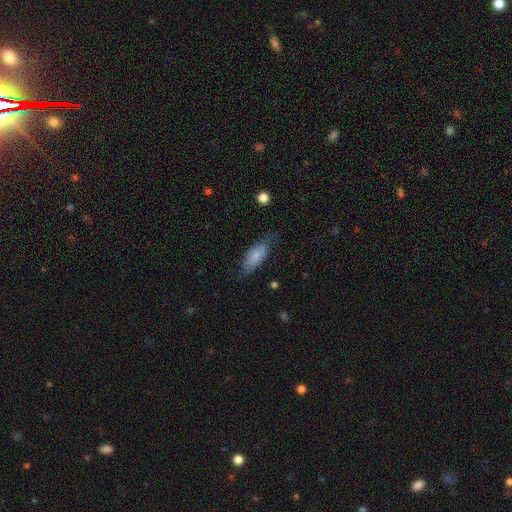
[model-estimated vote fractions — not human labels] Overall: smooth (75%). How rounded: in between (76%). Merging: none (64%; minor disturbance 26%).